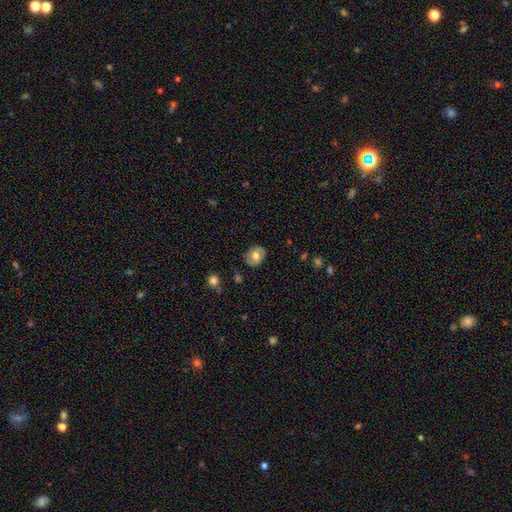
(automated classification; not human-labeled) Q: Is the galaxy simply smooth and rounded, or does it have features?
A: smooth — 60%.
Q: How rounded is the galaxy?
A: round — 52%.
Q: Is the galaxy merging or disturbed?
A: none — 81%.